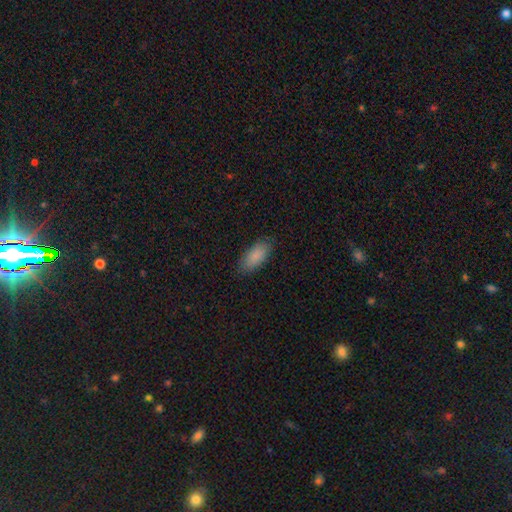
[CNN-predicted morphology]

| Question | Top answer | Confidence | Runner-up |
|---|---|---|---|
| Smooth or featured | smooth | 89% | star or artifact (6%) |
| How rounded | in between | 86% | cigar-shaped (12%) |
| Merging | none | 85% | minor disturbance (11%) |